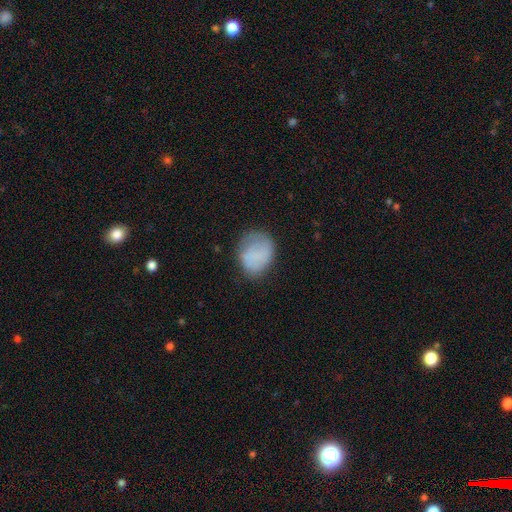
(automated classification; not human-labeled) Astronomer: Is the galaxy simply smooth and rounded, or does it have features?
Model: smooth — 74%.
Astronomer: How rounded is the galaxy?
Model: round — 58% (runner-up: in between, 41%).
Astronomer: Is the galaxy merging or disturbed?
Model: none — 59%.